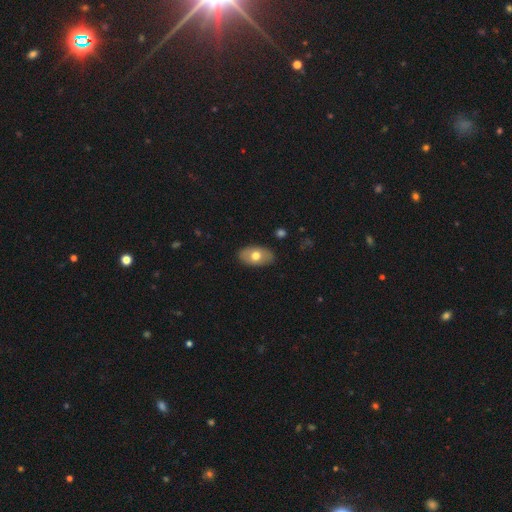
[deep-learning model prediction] Q: Smooth or featured?
A: smooth (66%); runner-up: featured or disk (27%)
Q: How rounded?
A: in between (92%); runner-up: round (7%)
Q: Merging?
A: none (87%); runner-up: minor disturbance (9%)